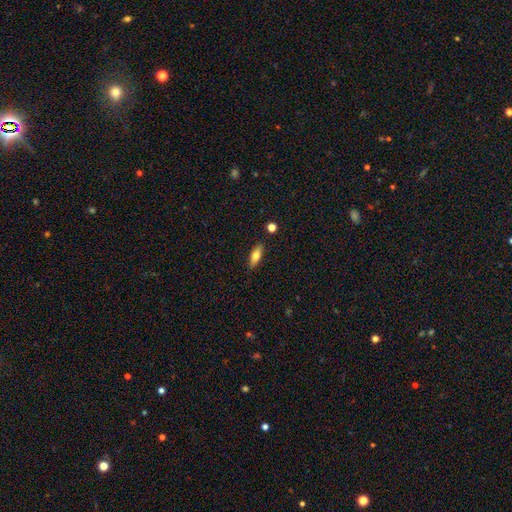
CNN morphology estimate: The model was most divided on "how rounded": in between: 65%, cigar-shaped: 32%, round: 3%. More confident: merging — none (87%); smooth or featured — smooth (68%).